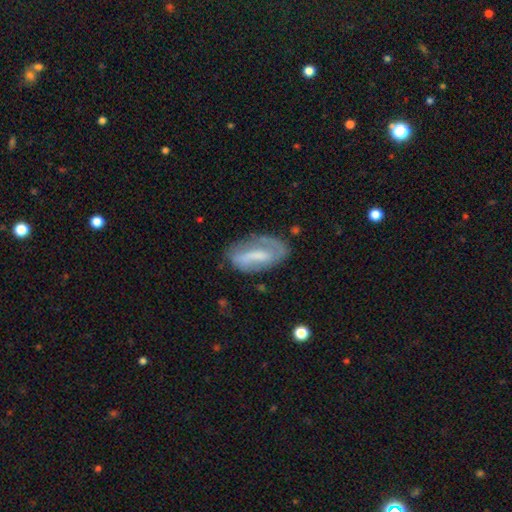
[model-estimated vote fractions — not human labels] This is possibly a featured or disk galaxy (58%). It is clearly not viewed edge-on (92%). Bar: marginally strong (39%). Spiral arm pattern: likely yes (70%). Central bulge: marginally none (33%). Merging: possibly none (57%).